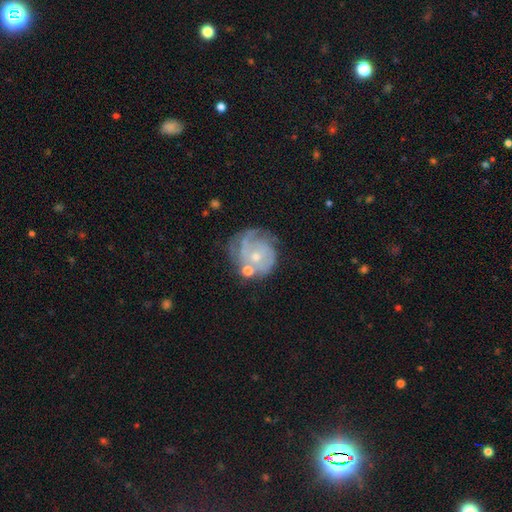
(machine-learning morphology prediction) smooth-or-featured: featured or disk: 76% | smooth: 17% | star or artifact: 7%
  disk-edge-on: no: 98% | yes: 2%
    bar: no: 78% | weak: 19% | strong: 3%
    has-spiral-arms: yes: 86% | no: 14%
      spiral-winding: tight: 62% | medium: 28% | loose: 11%
      spiral-arm-count: can't tell: 39% | 2: 23% | 3: 18% | 1: 9% | 4: 6% | more than 4: 4%
    bulge-size: small: 65% | moderate: 29% | none: 3% | large: 1% | dominant: 1%
  merging: none: 54% | minor disturbance: 22% | major disturbance: 15% | merger: 9%